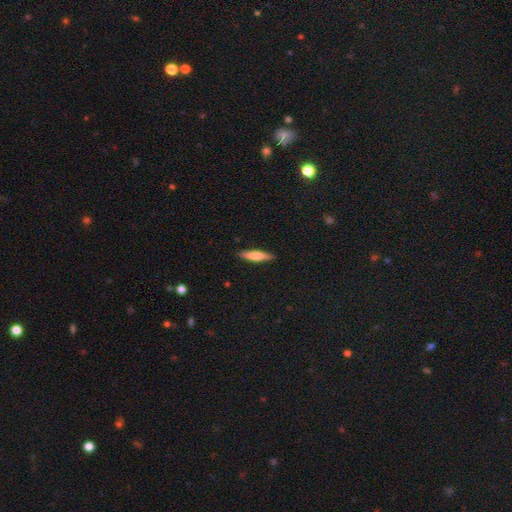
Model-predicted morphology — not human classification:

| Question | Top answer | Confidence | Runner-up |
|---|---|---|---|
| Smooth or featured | smooth | 65% | featured or disk (30%) |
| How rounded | cigar-shaped | 81% | in between (17%) |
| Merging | none | 88% | minor disturbance (9%) |